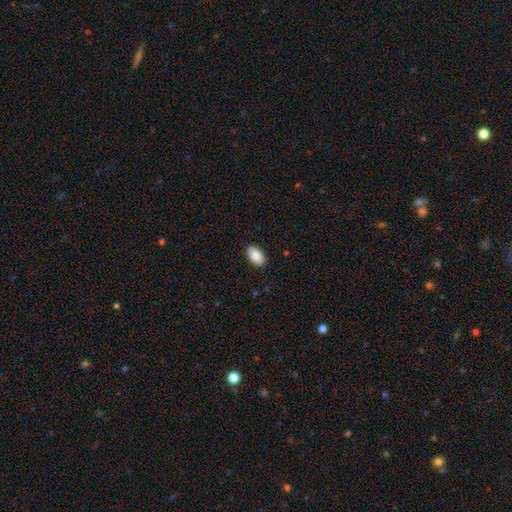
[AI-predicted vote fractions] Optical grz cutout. It shows a smooth galaxy with no disk features (86%) that is in between round and cigar-shaped (95%). Merging: none (90%).